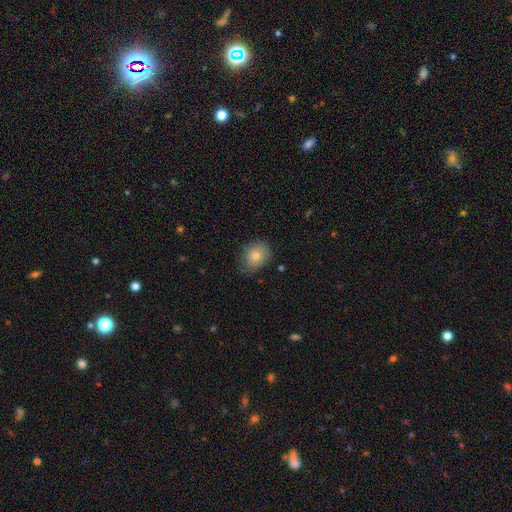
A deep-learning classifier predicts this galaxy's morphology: Smooth or featured? smooth (76%)
How rounded? in between (50%)
Merging? none (69%)